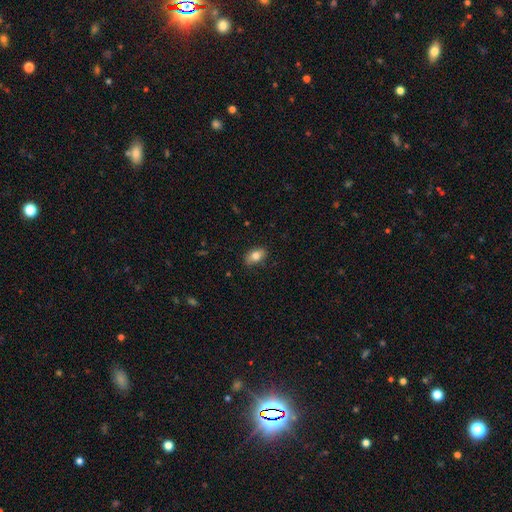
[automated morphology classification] smooth_or_featured: smooth (p=0.79) [alt: featured or disk p=0.13]
how_rounded: in between (p=0.87) [alt: round p=0.10]
merging: none (p=0.80) [alt: minor disturbance p=0.16]